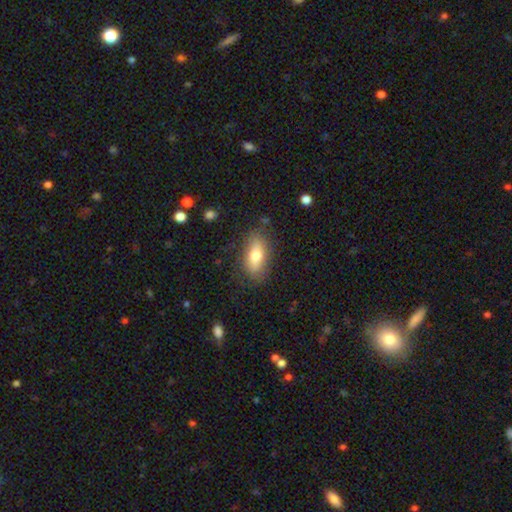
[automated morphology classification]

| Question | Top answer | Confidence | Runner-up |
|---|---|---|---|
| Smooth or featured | smooth | 71% | featured or disk (22%) |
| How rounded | in between | 80% | cigar-shaped (16%) |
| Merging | none | 79% | minor disturbance (15%) |